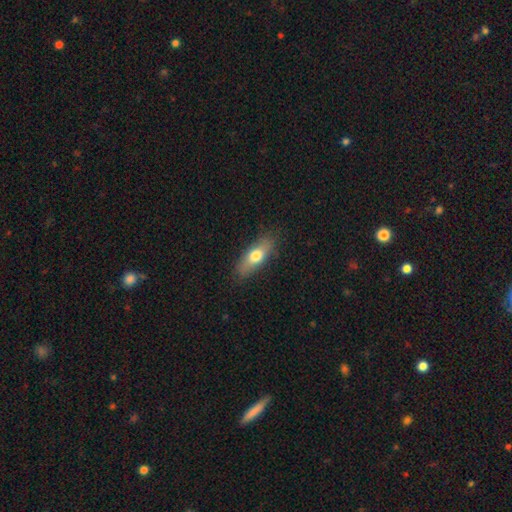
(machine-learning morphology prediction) Smooth or featured? smooth (67%)
How rounded? in between (61%)
Merging? none (84%)